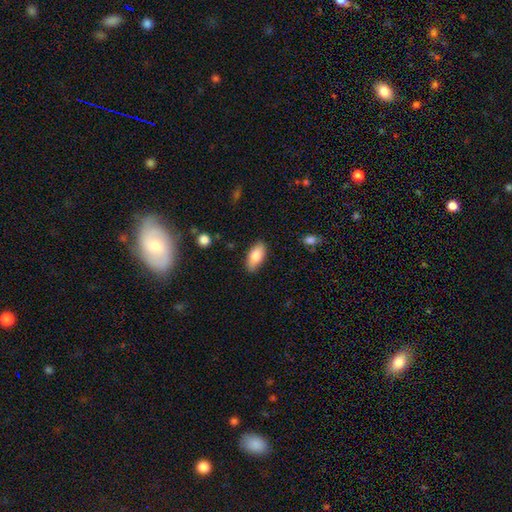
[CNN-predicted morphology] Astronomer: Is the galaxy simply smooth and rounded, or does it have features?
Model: smooth — 84%.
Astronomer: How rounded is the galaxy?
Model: in between — 89%.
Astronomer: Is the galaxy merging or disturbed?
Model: none — 85%.